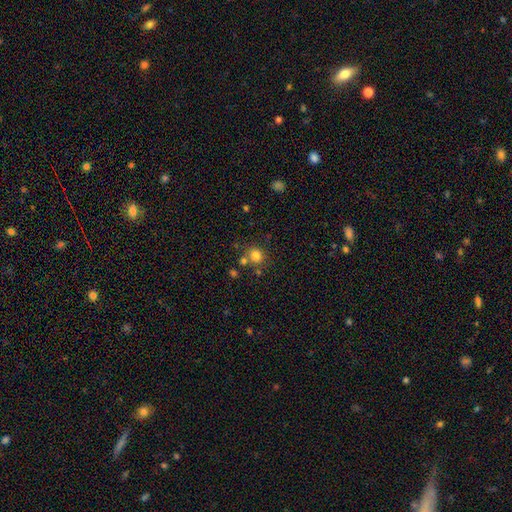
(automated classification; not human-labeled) smooth-or-featured: smooth: 79% | star or artifact: 14% | featured or disk: 7%
  how-rounded: round: 87% | in between: 12% | cigar-shaped: 1%
  merging: none: 74% | merger: 14% | minor disturbance: 9% | major disturbance: 3%